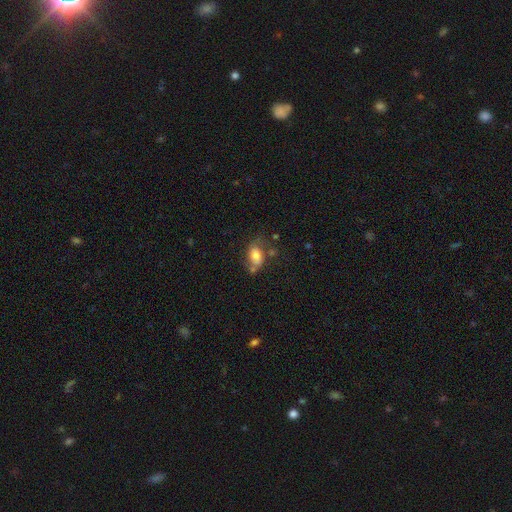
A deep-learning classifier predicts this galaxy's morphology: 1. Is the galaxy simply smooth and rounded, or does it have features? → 59% smooth, 31% featured or disk, 9% star or artifact.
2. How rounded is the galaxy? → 80% in between, 18% round, 2% cigar-shaped.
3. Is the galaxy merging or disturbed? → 47% none, 25% minor disturbance, 15% merger, 14% major disturbance.